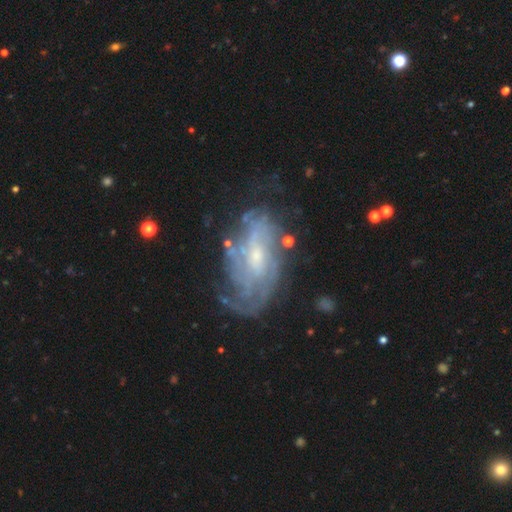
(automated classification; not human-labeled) Overall: featured or disk (81%). Edge-on disk: no (94%). Bar: no (52%; weak 39%). Spiral arms: yes (86%). Spiral arm count: can't tell (55%). Spiral winding: tight (59%; medium 30%). Bulge size: small (65%; moderate 27%). Merging: none (61%; minor disturbance 22%).